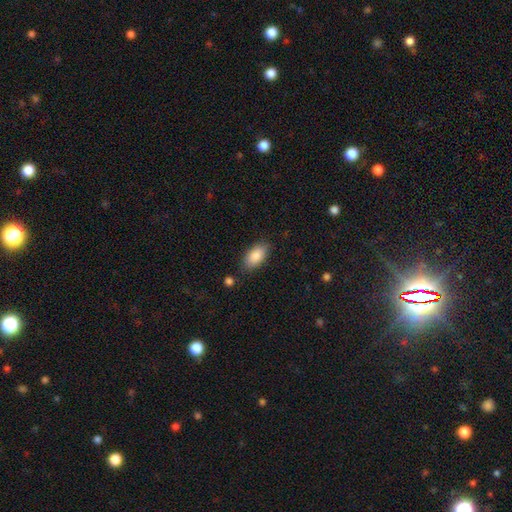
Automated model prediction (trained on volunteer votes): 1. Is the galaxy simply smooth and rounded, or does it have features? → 87% smooth, 7% star or artifact, 6% featured or disk.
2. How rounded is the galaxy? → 93% in between, 4% cigar-shaped, 3% round.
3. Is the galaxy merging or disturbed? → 82% none, 13% minor disturbance, 3% major disturbance, 3% merger.